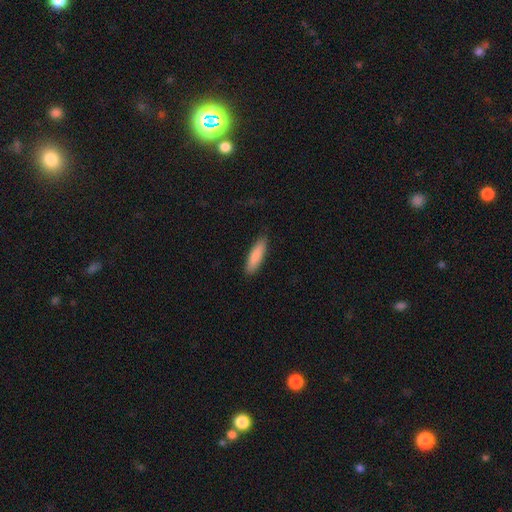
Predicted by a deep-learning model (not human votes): Morphology: type=smooth (85%); roundness=cigar-shaped (63%); merging=none (86%).